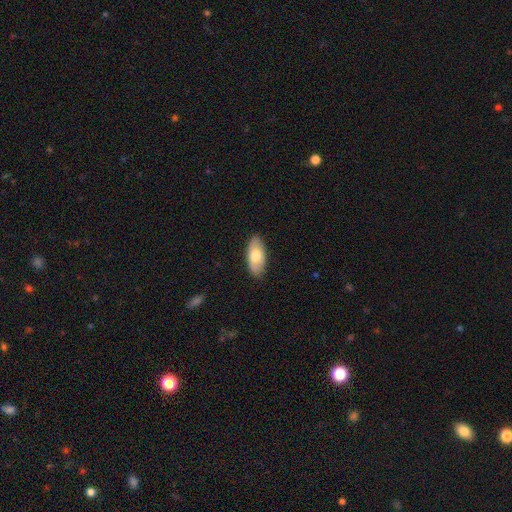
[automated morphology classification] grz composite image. It shows a smooth galaxy with no disk features (69%) that is in between round and cigar-shaped (92%). Merging: none (86%).